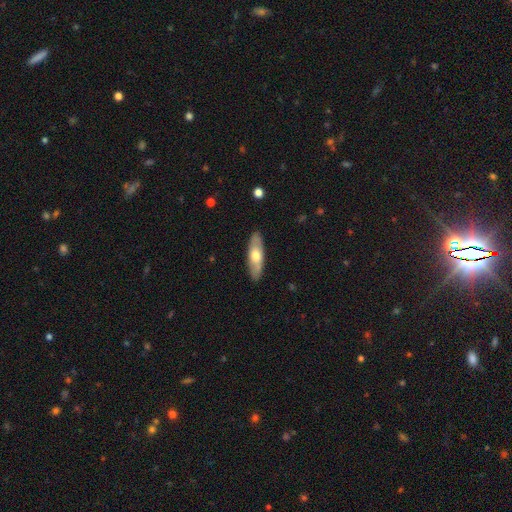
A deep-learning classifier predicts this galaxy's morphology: Smooth or featured?
  - smooth: 56% *
  - featured or disk: 39%
  - star or artifact: 5%
How rounded?
  - in between: 53% *
  - cigar-shaped: 45%
  - round: 2%
Merging?
  - none: 88% *
  - minor disturbance: 9%
  - major disturbance: 2%
  - merger: 1%